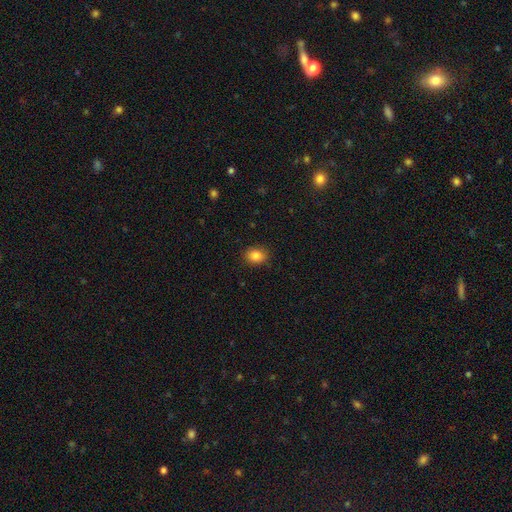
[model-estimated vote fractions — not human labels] This appears to be a smooth galaxy with no disk features (85%) that is round (53%). Merging: none (87%).